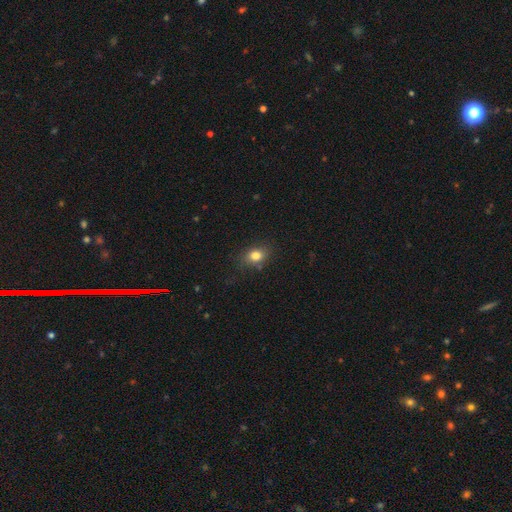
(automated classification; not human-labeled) Overall: smooth (81%). How rounded: in between (58%; round 41%). Merging: none (76%).